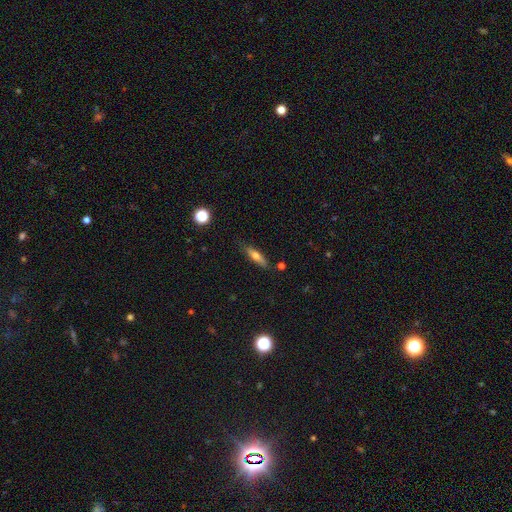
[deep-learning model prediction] smooth-or-featured: smooth: 61% | featured or disk: 31% | star or artifact: 8%
  how-rounded: cigar-shaped: 70% | in between: 28% | round: 2%
  merging: none: 81% | minor disturbance: 14% | major disturbance: 3% | merger: 3%